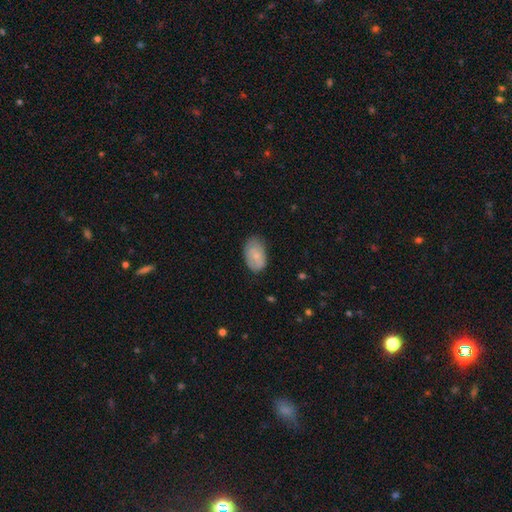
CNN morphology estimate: Overall: smooth (73%). How rounded: in between (91%). Merging: none (71%).